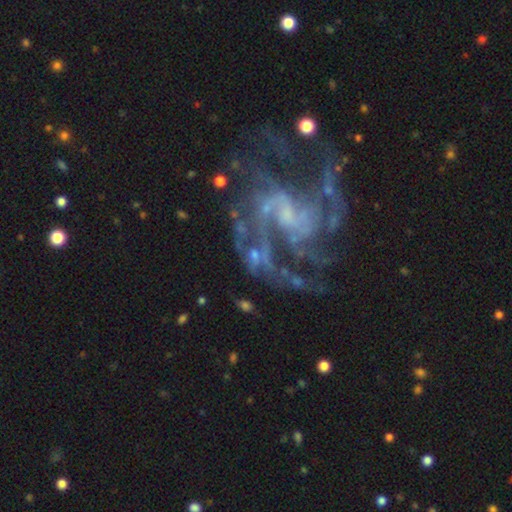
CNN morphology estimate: Smooth or featured: featured or disk — 79% (star or artifact — 12%)
Edge-on disk: no — 97% (yes — 3%)
Bar: no — 48% (weak — 36%)
Spiral arms: yes — 88% (no — 12%)
Spiral winding: medium — 44% (loose — 31%)
Spiral arm count: 2 — 25% (can't tell — 24%)
Bulge size: small — 41% (none — 32%)
Merging: none — 45% (major disturbance — 27%)